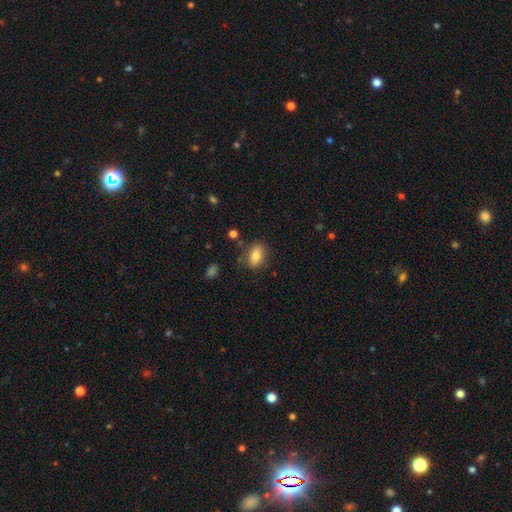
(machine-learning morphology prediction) Smooth or featured?
  - smooth: 81% *
  - featured or disk: 11%
  - star or artifact: 8%
How rounded?
  - in between: 83% *
  - round: 14%
  - cigar-shaped: 3%
Merging?
  - none: 78% *
  - minor disturbance: 15%
  - major disturbance: 4%
  - merger: 3%